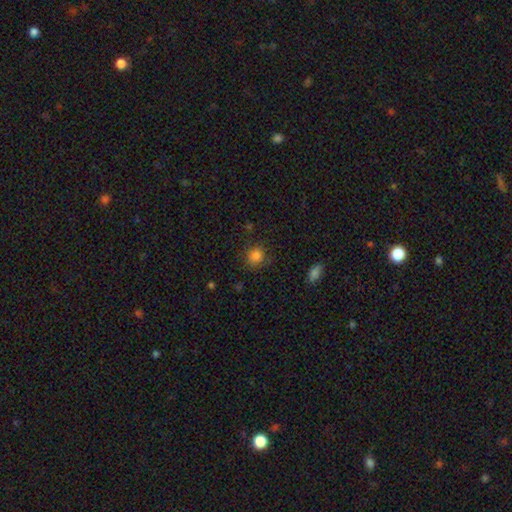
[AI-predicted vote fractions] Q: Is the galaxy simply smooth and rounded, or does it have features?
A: smooth — 83%.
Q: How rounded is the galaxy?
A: round — 79%.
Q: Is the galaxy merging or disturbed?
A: none — 82%.